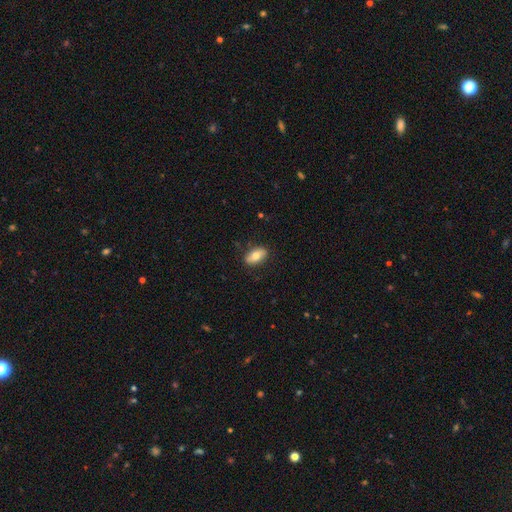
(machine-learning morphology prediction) Smooth or featured? Predicted: smooth (p=0.69). How rounded? Predicted: in between (p=0.88). Merging? Predicted: none (p=0.83).